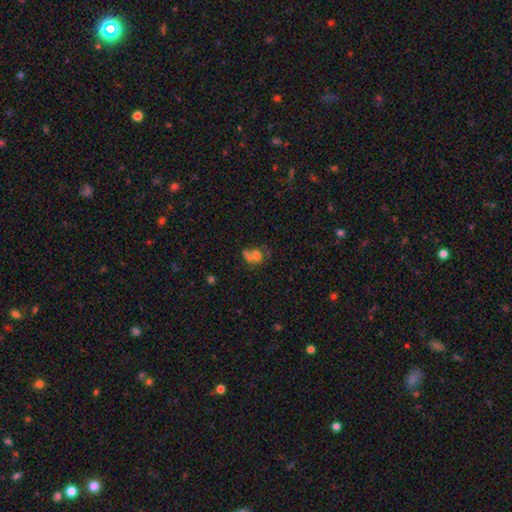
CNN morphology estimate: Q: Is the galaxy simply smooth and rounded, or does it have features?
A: smooth — 59%.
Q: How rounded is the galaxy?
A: round — 62%.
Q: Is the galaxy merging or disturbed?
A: merger — 48%.